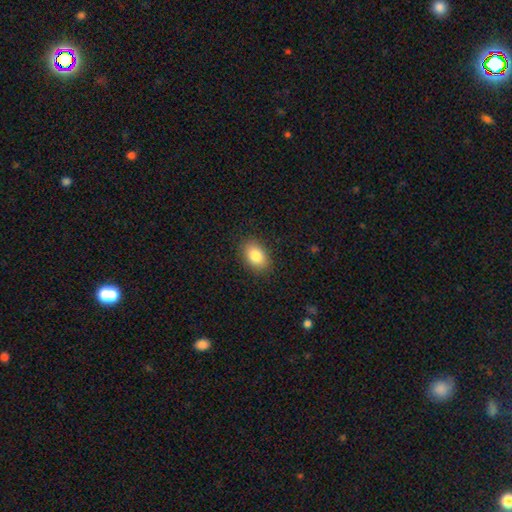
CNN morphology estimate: Smooth or featured? smooth (84%)
How rounded? in between (86%)
Merging? none (88%)